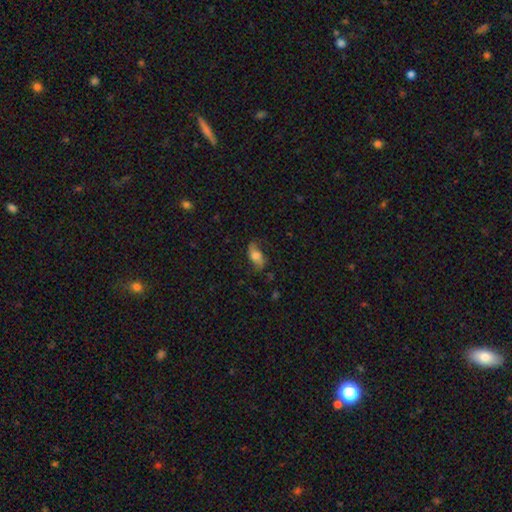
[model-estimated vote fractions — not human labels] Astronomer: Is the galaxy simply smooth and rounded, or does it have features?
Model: smooth — 55% (runner-up: featured or disk, 36%).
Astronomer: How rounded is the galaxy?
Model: in between — 85%.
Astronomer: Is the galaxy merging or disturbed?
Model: none — 66%.